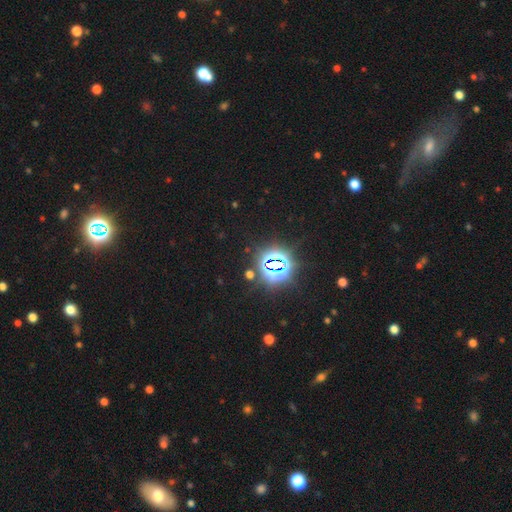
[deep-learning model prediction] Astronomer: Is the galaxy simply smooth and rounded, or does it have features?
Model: star or artifact — 76%.